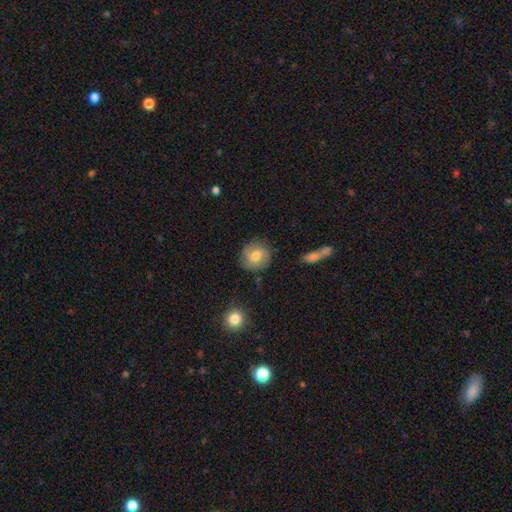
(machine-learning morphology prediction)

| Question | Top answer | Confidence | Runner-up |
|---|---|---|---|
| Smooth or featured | smooth | 68% | featured or disk (24%) |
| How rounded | round | 85% | in between (14%) |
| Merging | none | 80% | minor disturbance (14%) |